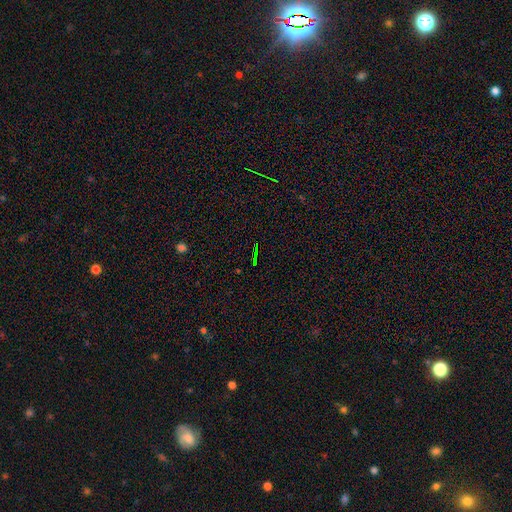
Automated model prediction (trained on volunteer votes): Smooth or featured? Predicted: star or artifact (p=0.74).